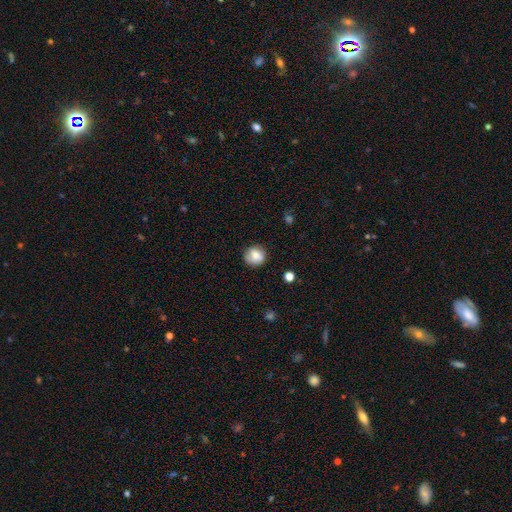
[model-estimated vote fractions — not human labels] A smooth galaxy with no disk features (77%) that is round (87%).

Vote fractions:
- Smooth or featured? smooth: 77% / featured or disk: 14% / star or artifact: 9%
- How rounded? round: 87% / in between: 12% / cigar-shaped: 1%
- Merging? none: 81% / minor disturbance: 14% / major disturbance: 3% / merger: 2%